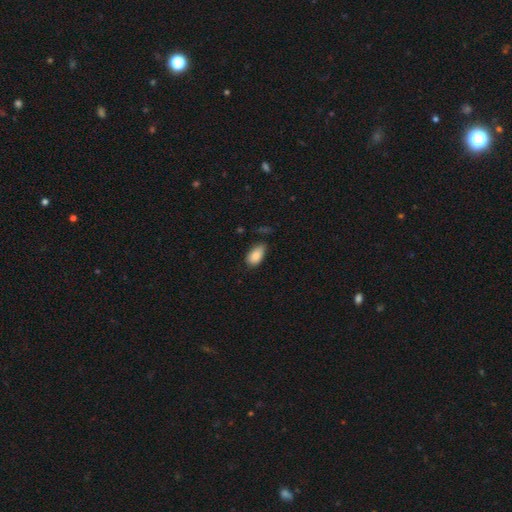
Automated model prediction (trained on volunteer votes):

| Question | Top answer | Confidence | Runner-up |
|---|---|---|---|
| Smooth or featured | smooth | 86% | star or artifact (7%) |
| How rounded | in between | 93% | round (5%) |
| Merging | none | 58% | minor disturbance (33%) |